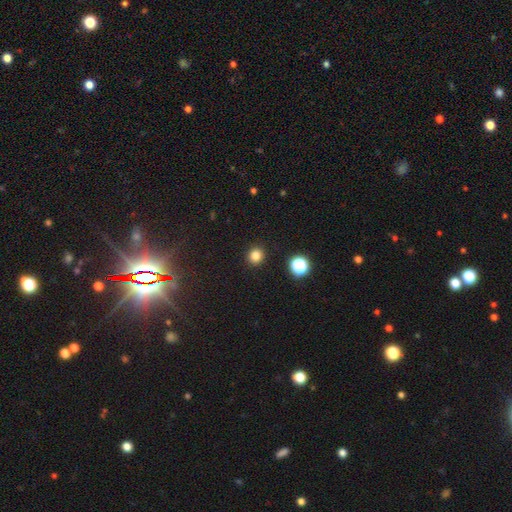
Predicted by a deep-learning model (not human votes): Smooth or featured? Predicted: smooth (p=0.81). How rounded? Predicted: round (p=0.89). Merging? Predicted: none (p=0.92).